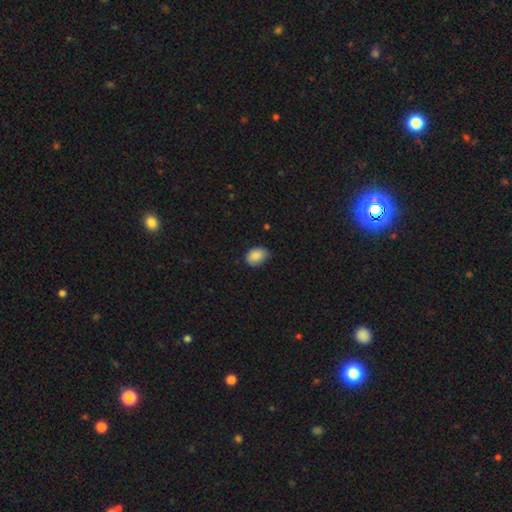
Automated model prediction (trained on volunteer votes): The model was most divided on "merging": none: 68%, minor disturbance: 27%, major disturbance: 4%, merger: 1%. More confident: smooth or featured — smooth (87%); how rounded — in between (70%).